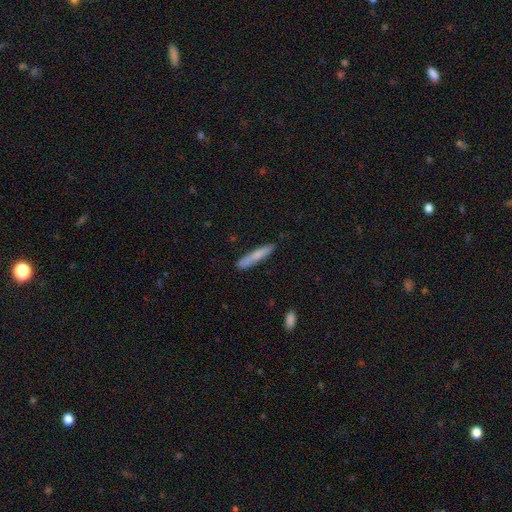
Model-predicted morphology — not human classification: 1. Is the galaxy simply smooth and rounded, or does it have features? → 74% smooth, 20% featured or disk, 6% star or artifact.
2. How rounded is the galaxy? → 93% cigar-shaped, 5% in between, 1% round.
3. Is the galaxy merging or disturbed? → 84% none, 13% minor disturbance, 2% major disturbance, 2% merger.